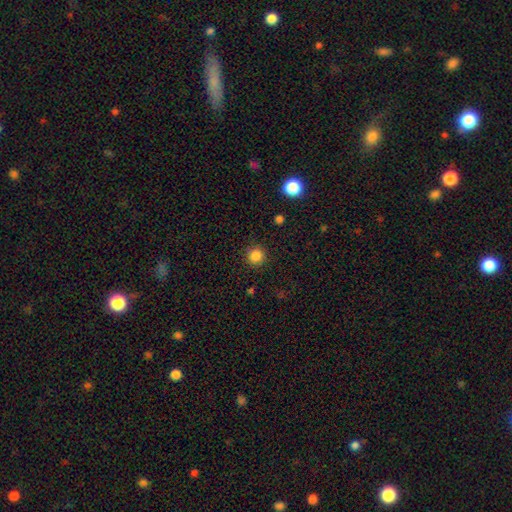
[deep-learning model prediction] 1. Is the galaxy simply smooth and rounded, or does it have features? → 85% smooth, 12% star or artifact, 3% featured or disk.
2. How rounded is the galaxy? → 93% round, 6% in between, 1% cigar-shaped.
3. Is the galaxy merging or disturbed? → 89% none, 7% minor disturbance, 3% major disturbance, 1% merger.